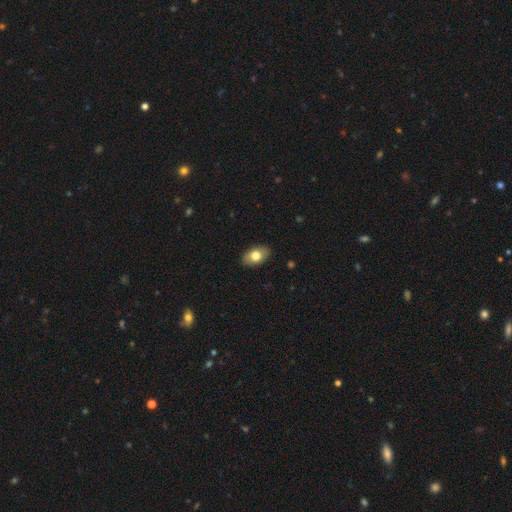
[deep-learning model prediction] Morphology: type=smooth (77%); roundness=in between (89%); merging=none (88%).